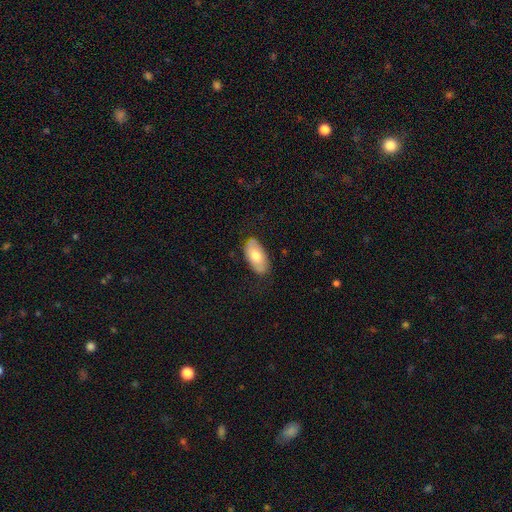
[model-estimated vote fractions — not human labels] This is likely a smooth galaxy (68%). How rounded: clearly in between (94%). Merging: likely none (78%).